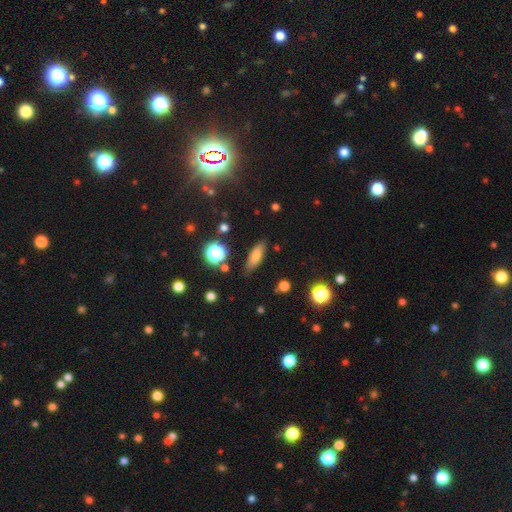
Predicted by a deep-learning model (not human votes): Smooth or featured: smooth — 73% (featured or disk — 15%)
How rounded: in between — 59% (cigar-shaped — 36%)
Merging: none — 81% (minor disturbance — 14%)